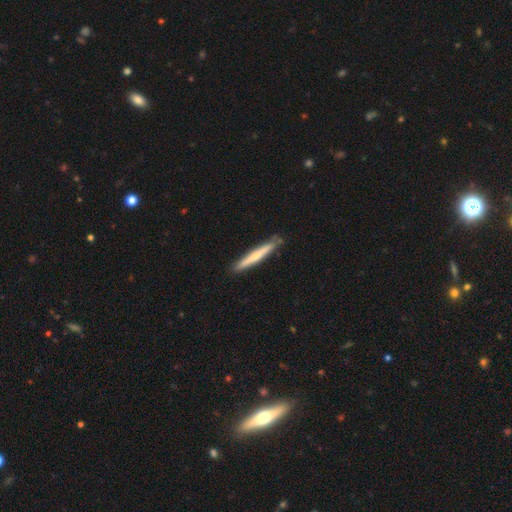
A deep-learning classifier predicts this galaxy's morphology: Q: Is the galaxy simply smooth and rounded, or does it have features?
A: smooth — 55%.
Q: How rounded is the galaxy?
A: cigar-shaped — 96%.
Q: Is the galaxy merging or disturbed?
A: none — 87%.